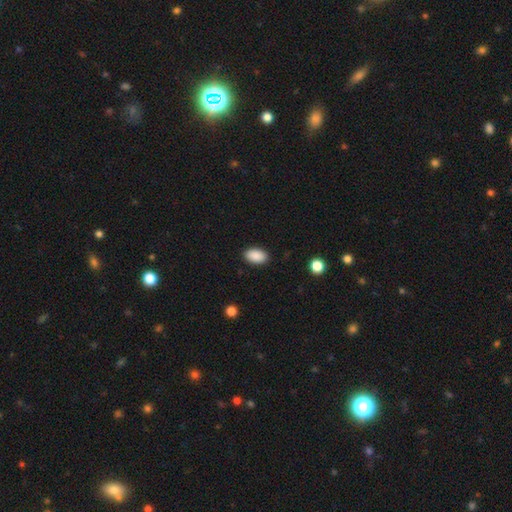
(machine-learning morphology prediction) smooth_or_featured: smooth (p=0.90) [alt: star or artifact p=0.07]
how_rounded: in between (p=0.93) [alt: round p=0.06]
merging: none (p=0.89) [alt: minor disturbance p=0.08]